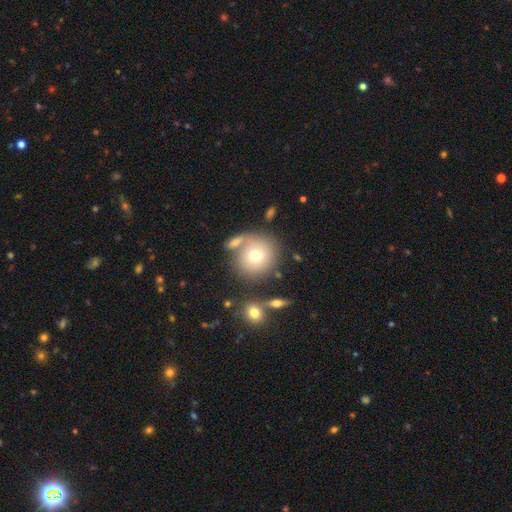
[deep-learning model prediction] This appears to be a smooth galaxy with no disk features (69%) that is round (90%). Merging: none (67%).